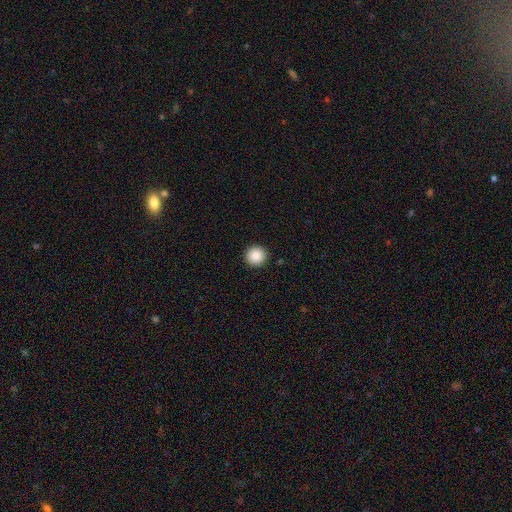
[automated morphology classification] Smooth or featured? smooth (88%)
How rounded? round (96%)
Merging? none (93%)